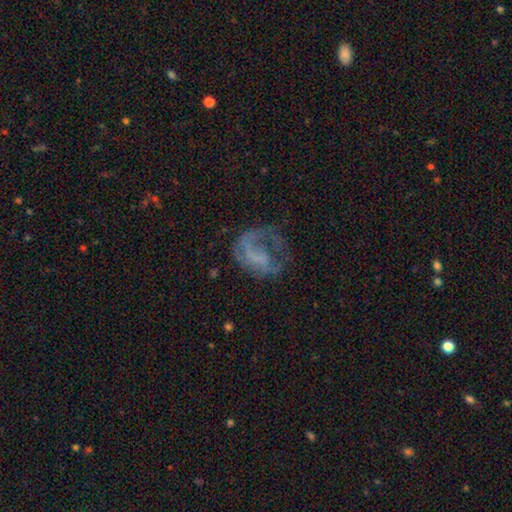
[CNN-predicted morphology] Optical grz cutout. It shows a featured or disk galaxy (57%) with no bar (67%), no spiral arms (50%, tied with yes) and no central bulge (68%). Merging: major disturbance (45%).